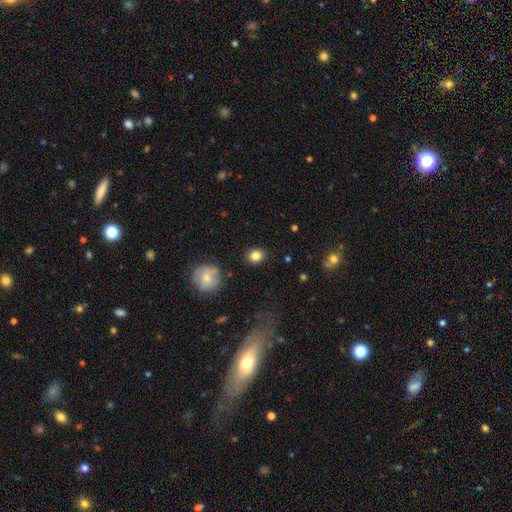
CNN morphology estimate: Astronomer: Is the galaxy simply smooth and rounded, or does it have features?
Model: smooth — 83%.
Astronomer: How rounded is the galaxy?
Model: round — 70%.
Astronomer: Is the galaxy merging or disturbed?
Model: none — 88%.